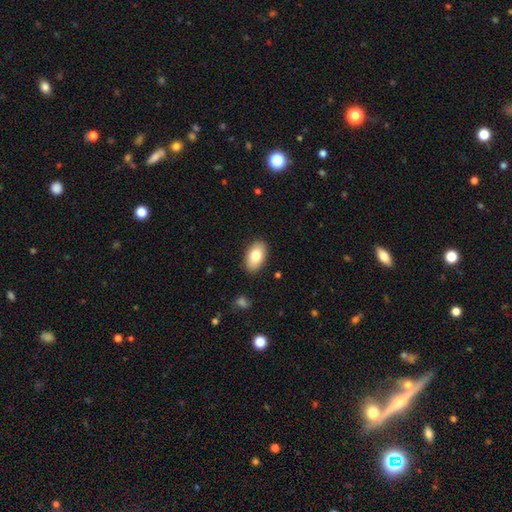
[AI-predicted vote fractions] smooth 80%, featured or disk 14%, star or artifact 7%. Down the decision tree: how rounded — in between (93%); merging — none (88%).